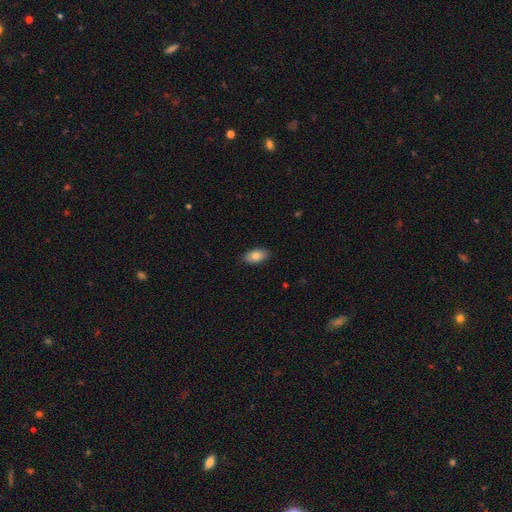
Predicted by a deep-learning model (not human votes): Smooth or featured? Predicted: smooth (p=0.83). How rounded? Predicted: in between (p=0.93). Merging? Predicted: none (p=0.88).